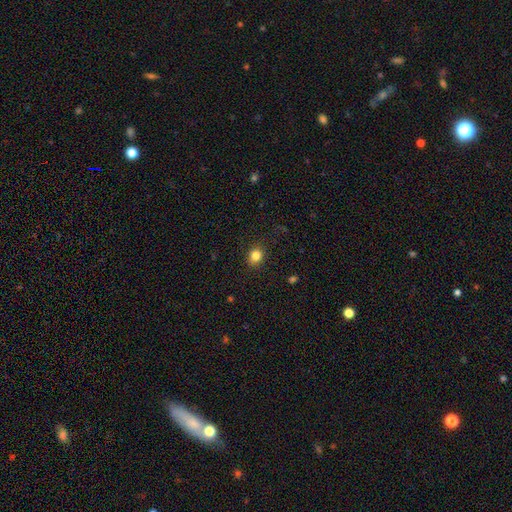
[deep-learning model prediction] smooth-or-featured: smooth: 83% | star or artifact: 12% | featured or disk: 5%
  how-rounded: round: 67% | in between: 33% | cigar-shaped: 1%
  merging: none: 88% | minor disturbance: 9% | major disturbance: 2% | merger: 1%